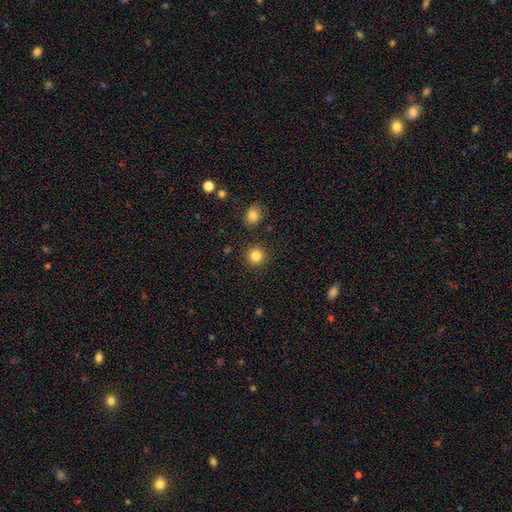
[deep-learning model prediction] Overall: smooth (85%). How rounded: round (94%). Merging: none (90%).